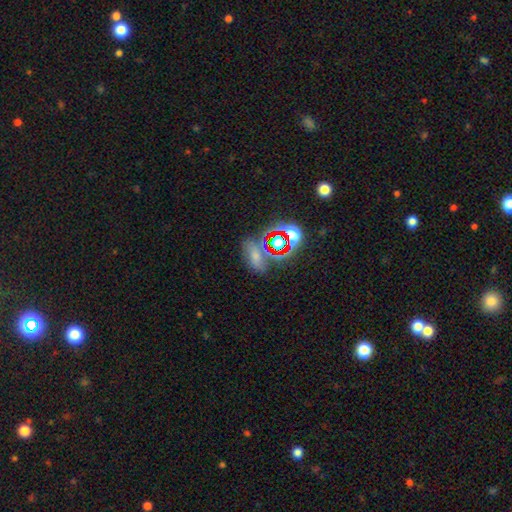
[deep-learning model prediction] The model was most divided on "smooth or featured": smooth: 48%, star or artifact: 36%, featured or disk: 16%. More confident: merging — none (57%).